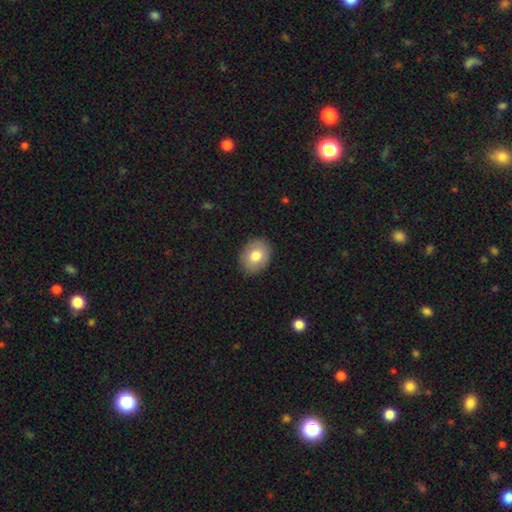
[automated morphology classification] Q: Smooth or featured?
A: smooth (77%); runner-up: featured or disk (15%)
Q: How rounded?
A: in between (62%); runner-up: round (37%)
Q: Merging?
A: none (88%); runner-up: minor disturbance (9%)